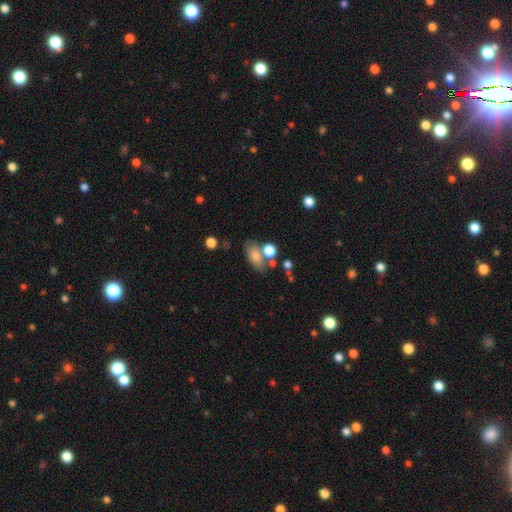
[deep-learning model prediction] This is likely a smooth galaxy (77%). How rounded: clearly in between (82%). Merging: possibly none (56%).